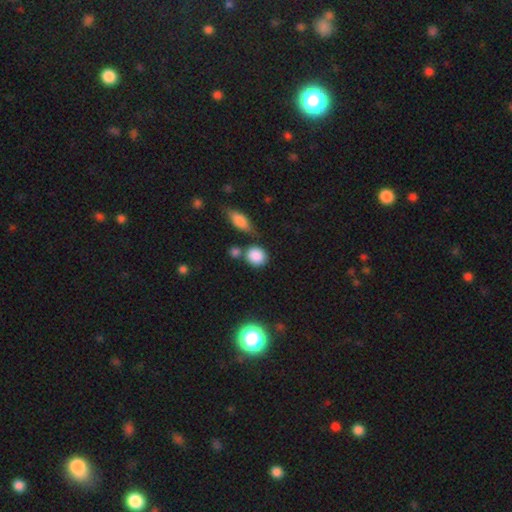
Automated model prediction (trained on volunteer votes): The model was most divided on "merging": none: 66%, merger: 16%, minor disturbance: 14%, major disturbance: 5%. More confident: smooth or featured — smooth (86%); how rounded — round (75%).